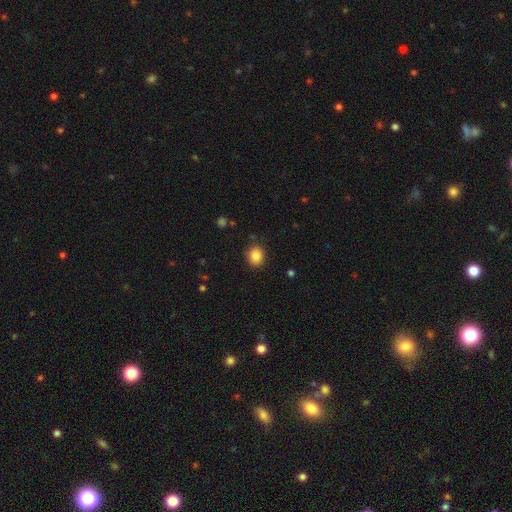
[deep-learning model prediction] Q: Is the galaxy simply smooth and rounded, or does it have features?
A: smooth — 86%.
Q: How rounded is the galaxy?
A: round — 68%.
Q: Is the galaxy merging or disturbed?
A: none — 87%.